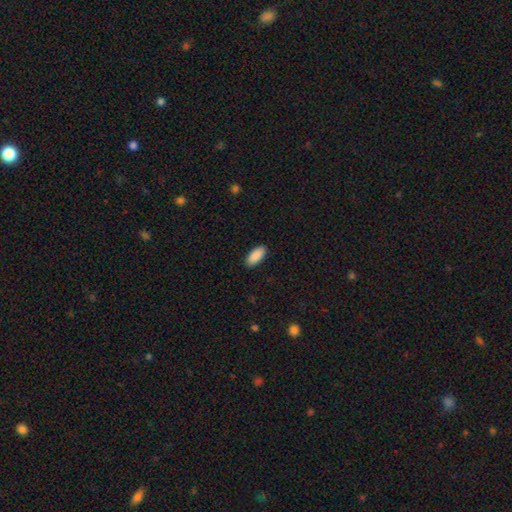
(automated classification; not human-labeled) Q: Smooth or featured?
A: smooth (91%); runner-up: star or artifact (6%)
Q: How rounded?
A: in between (89%); runner-up: cigar-shaped (9%)
Q: Merging?
A: none (90%); runner-up: minor disturbance (7%)